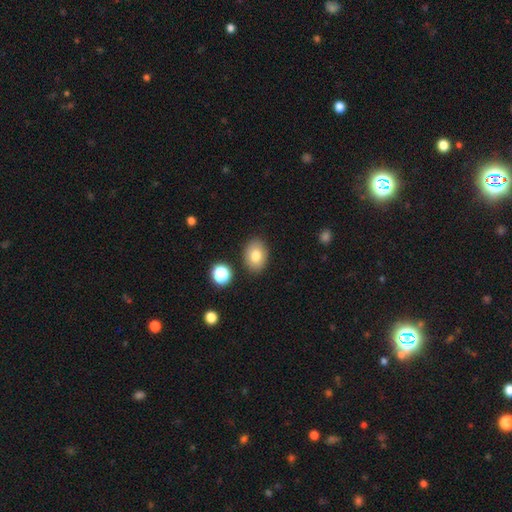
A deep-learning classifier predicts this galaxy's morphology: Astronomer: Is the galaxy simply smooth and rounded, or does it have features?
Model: smooth — 78%.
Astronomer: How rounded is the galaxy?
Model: in between — 71%.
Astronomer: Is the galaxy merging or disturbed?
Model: none — 85%.